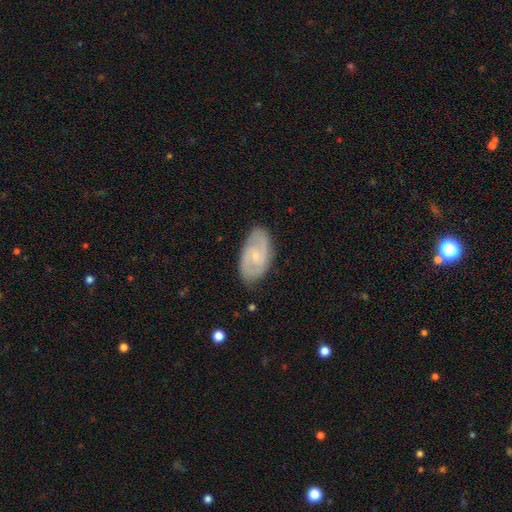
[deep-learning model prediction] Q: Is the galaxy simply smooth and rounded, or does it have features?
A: featured or disk — 78%.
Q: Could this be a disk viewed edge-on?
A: no — 96%.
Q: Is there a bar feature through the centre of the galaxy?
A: weak — 47%.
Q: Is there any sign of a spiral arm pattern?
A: yes — 93%.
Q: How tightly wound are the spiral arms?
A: medium — 49%.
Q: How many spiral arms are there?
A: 2 — 84%.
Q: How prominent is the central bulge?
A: small — 74%.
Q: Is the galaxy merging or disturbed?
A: none — 83%.